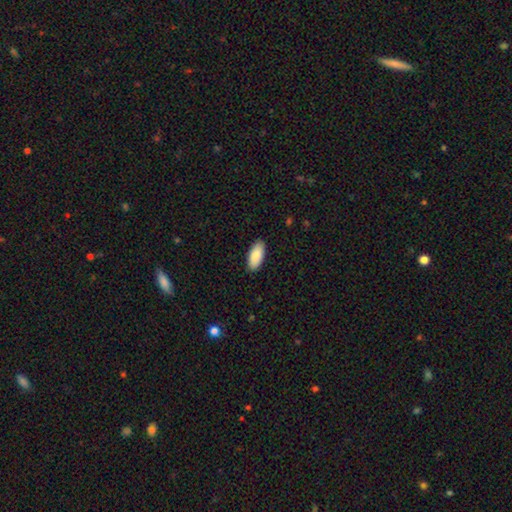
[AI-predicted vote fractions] Morphology: type=smooth (90%); roundness=in between (90%); merging=none (90%).